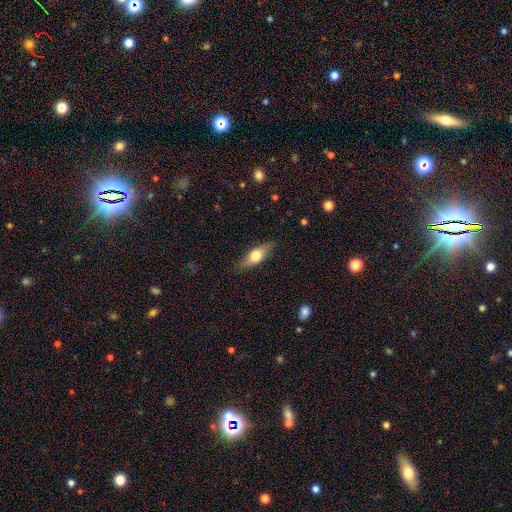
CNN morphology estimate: This is likely a smooth galaxy (61%). How rounded: likely in between (69%). Merging: clearly none (81%).